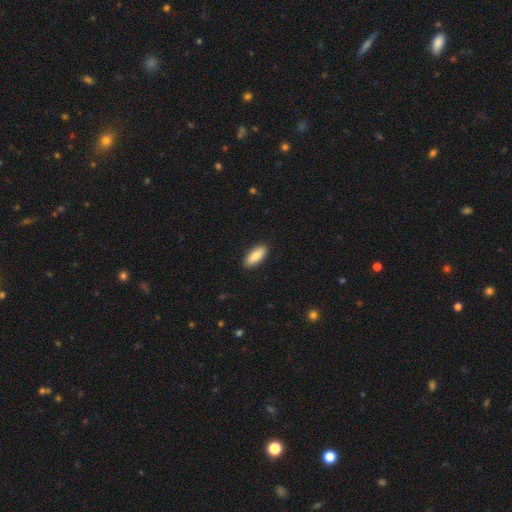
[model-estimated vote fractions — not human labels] Q: Smooth or featured?
A: smooth (83%); runner-up: featured or disk (12%)
Q: How rounded?
A: in between (82%); runner-up: cigar-shaped (16%)
Q: Merging?
A: none (89%); runner-up: minor disturbance (8%)